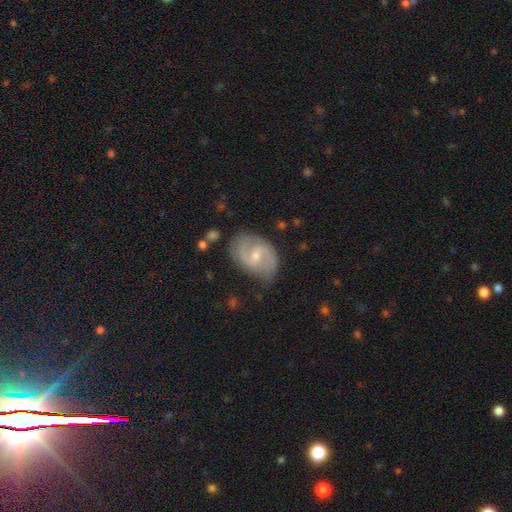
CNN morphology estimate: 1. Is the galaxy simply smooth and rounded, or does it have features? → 79% featured or disk, 16% smooth, 5% star or artifact.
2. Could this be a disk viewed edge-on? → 97% no, 3% yes.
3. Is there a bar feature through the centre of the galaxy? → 58% weak, 29% no, 14% strong.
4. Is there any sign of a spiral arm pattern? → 92% yes, 8% no.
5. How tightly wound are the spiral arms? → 50% medium, 28% loose, 21% tight.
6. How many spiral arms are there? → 88% 2, 6% can't tell, 2% 1, 2% 3, 1% 4, 1% more than 4.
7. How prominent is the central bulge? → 51% small, 45% moderate, 2% none, 1% large, 1% dominant.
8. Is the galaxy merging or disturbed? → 74% none, 19% minor disturbance, 5% major disturbance, 2% merger.